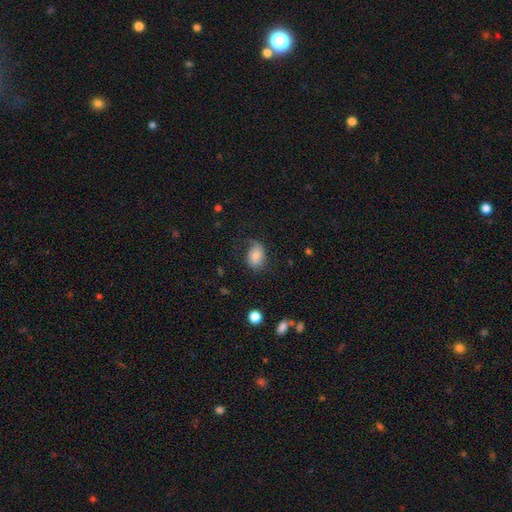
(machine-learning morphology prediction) smooth-or-featured: smooth: 70% | featured or disk: 22% | star or artifact: 9%
  how-rounded: in between: 76% | round: 22% | cigar-shaped: 1%
  merging: none: 54% | minor disturbance: 27% | major disturbance: 17% | merger: 2%